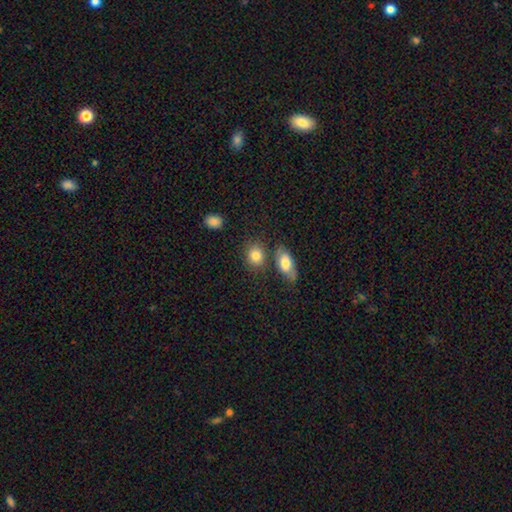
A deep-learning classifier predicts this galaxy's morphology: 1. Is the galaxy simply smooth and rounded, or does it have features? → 83% smooth, 9% star or artifact, 8% featured or disk.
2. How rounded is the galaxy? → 52% round, 46% in between, 2% cigar-shaped.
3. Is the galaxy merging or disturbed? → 68% none, 16% merger, 12% minor disturbance, 4% major disturbance.